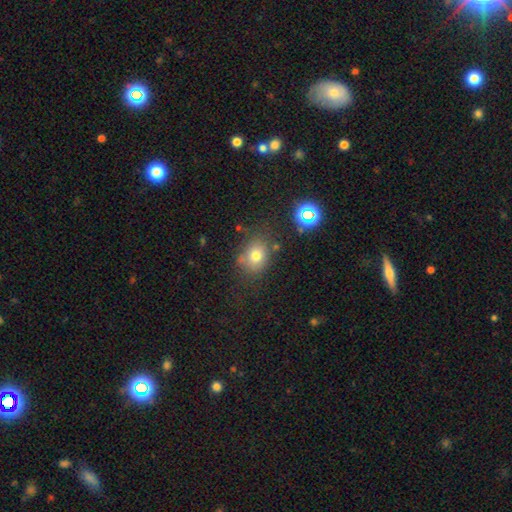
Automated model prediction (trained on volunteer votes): This appears to be a smooth galaxy with no disk features (72%) that is round (52%). Merging: none (68%).